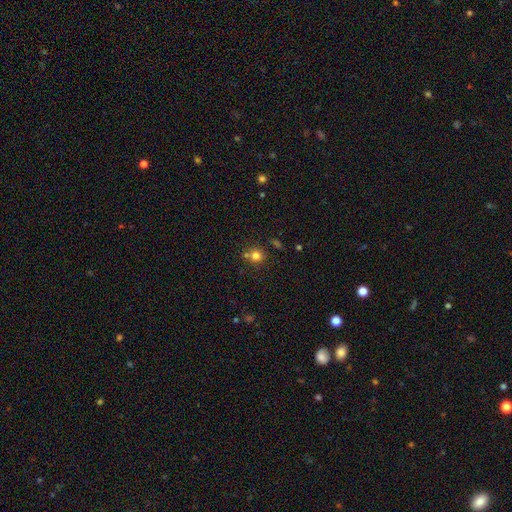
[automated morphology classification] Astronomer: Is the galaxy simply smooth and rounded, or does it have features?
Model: smooth — 77%.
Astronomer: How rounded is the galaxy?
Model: round — 89%.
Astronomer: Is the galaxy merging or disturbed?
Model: none — 69%.